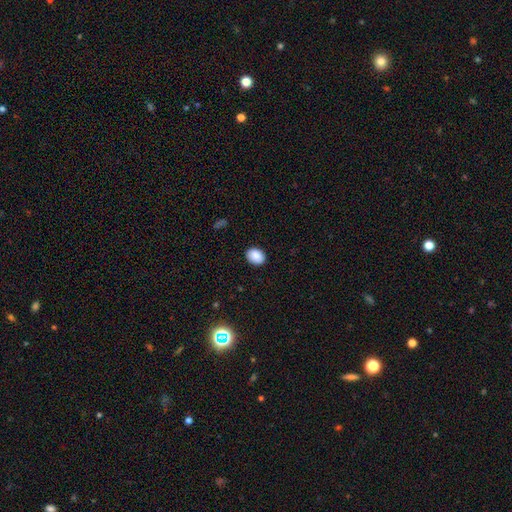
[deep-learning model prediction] Smooth or featured? smooth (88%)
How rounded? in between (63%)
Merging? none (89%)